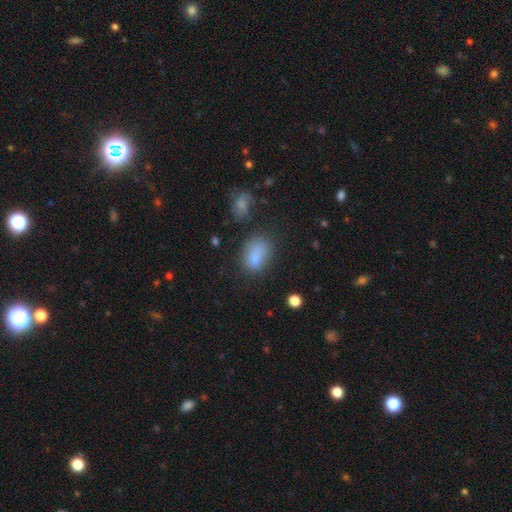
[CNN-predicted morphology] Q: Smooth or featured?
A: smooth (77%); runner-up: star or artifact (12%)
Q: How rounded?
A: in between (77%); runner-up: round (21%)
Q: Merging?
A: none (53%); runner-up: minor disturbance (24%)